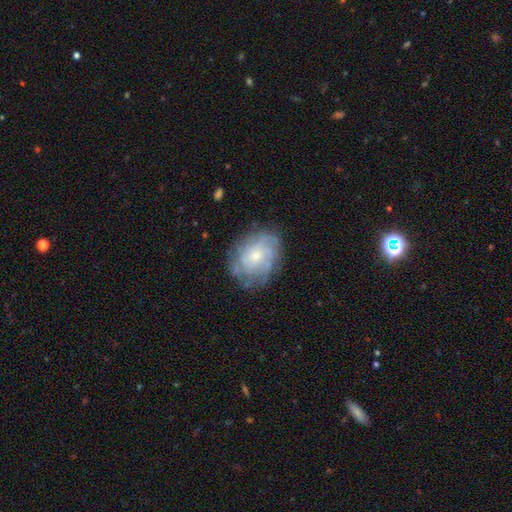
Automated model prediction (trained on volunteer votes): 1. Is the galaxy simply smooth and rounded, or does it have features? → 67% featured or disk, 25% smooth, 9% star or artifact.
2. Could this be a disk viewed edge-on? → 97% no, 3% yes.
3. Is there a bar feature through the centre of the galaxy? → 78% no, 19% weak, 3% strong.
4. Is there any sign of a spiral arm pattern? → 84% yes, 16% no.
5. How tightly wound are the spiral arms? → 61% tight, 28% medium, 11% loose.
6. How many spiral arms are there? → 55% can't tell, 13% 4, 10% 3, 9% 2, 8% more than 4, 5% 1.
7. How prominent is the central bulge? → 60% small, 35% moderate, 2% large, 2% none, 1% dominant.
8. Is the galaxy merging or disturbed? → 75% none, 17% minor disturbance, 6% major disturbance, 1% merger.